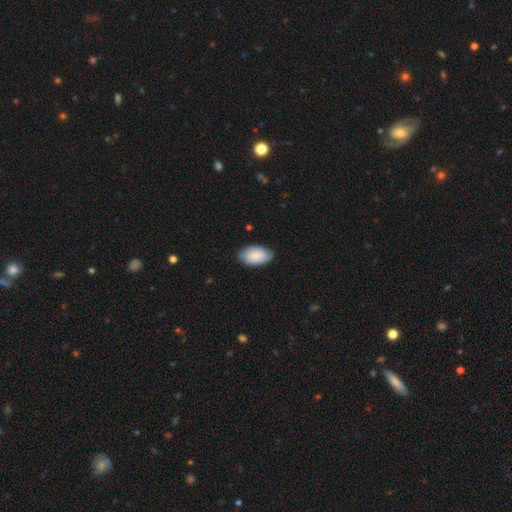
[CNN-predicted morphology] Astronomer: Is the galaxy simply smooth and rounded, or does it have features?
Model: smooth — 82%.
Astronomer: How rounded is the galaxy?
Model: in between — 95%.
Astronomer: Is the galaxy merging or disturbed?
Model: none — 80%.